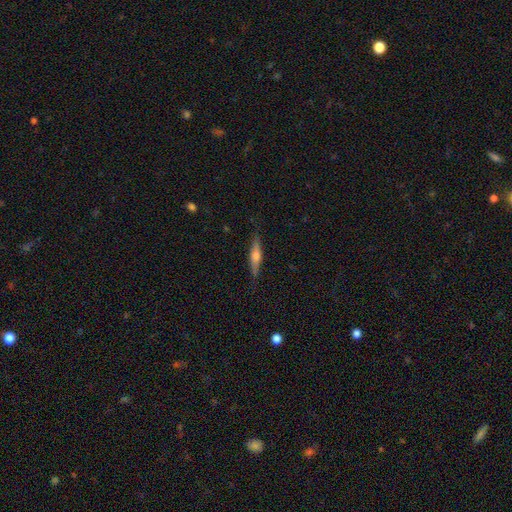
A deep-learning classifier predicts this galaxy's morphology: featured or disk 64%, smooth 29%, star or artifact 6%. Down the decision tree: edge-on disk — yes (96%); edge-on bulge — rounded (86%); merging — none (87%).